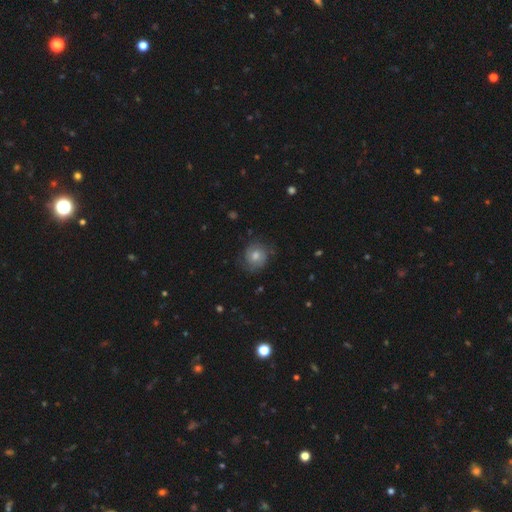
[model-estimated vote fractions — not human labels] Overall: featured or disk (48%; smooth 43%). Merging: none (72%).